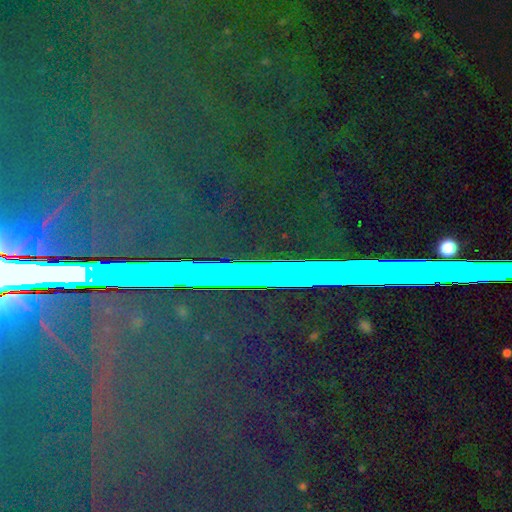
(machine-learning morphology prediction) Smooth or featured? Predicted: star or artifact (p=0.86).